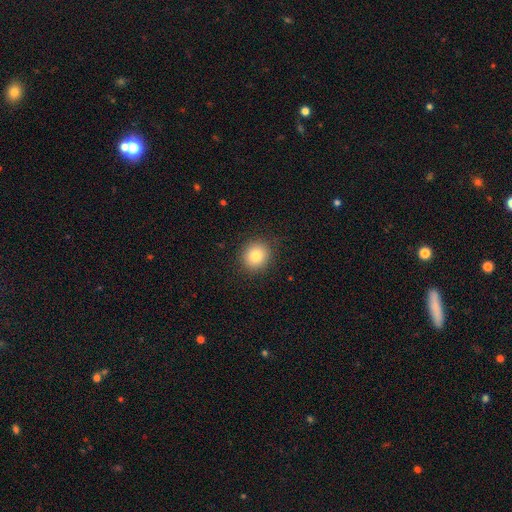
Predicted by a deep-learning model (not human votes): Smooth or featured? Predicted: smooth (p=0.81). How rounded? Predicted: round (p=0.86). Merging? Predicted: none (p=0.89).